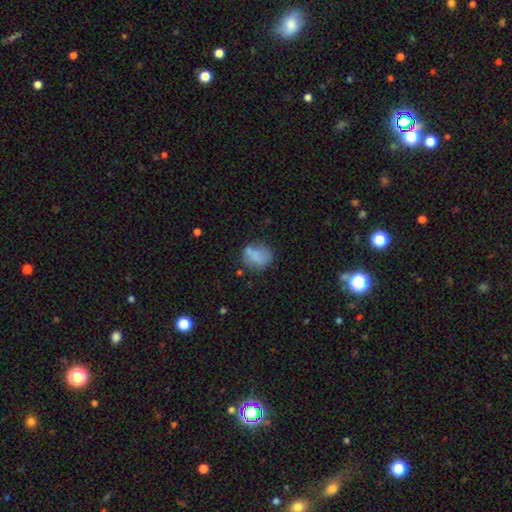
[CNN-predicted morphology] smooth-or-featured: smooth: 74% | featured or disk: 17% | star or artifact: 10%
  how-rounded: round: 60% | in between: 39% | cigar-shaped: 1%
  merging: none: 55% | minor disturbance: 26% | major disturbance: 12% | merger: 8%